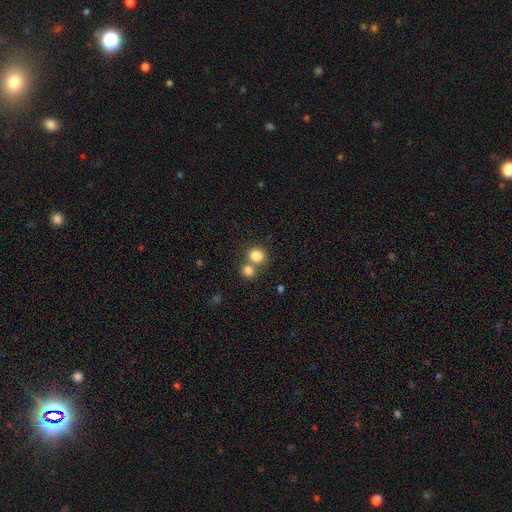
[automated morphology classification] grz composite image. It shows a smooth galaxy with no disk features (82%) that is round (79%). Merging: none (51%).